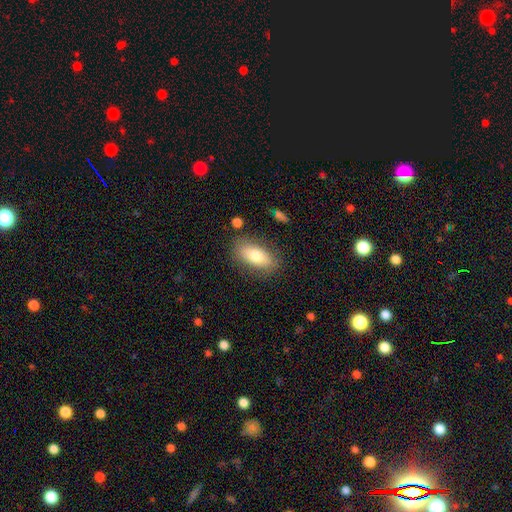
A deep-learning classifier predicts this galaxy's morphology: Smooth or featured: smooth — 74% (featured or disk — 19%)
How rounded: in between — 88% (cigar-shaped — 7%)
Merging: none — 81% (minor disturbance — 13%)